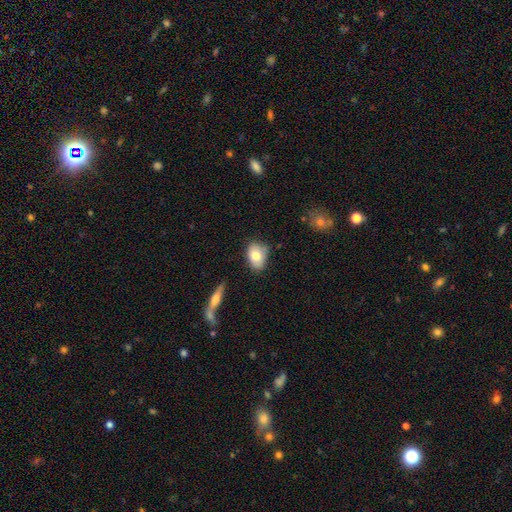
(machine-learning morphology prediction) This is likely a smooth galaxy (77%). How rounded: likely in between (80%). Merging: likely none (72%).